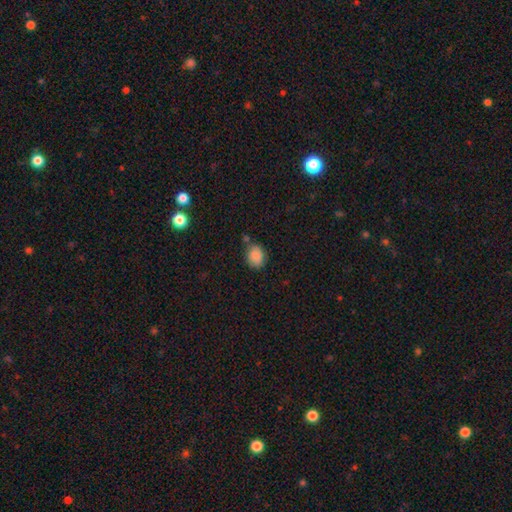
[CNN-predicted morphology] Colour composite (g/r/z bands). It shows a smooth galaxy with no disk features (85%) that is in between round and cigar-shaped (59%). Merging: none (68%).